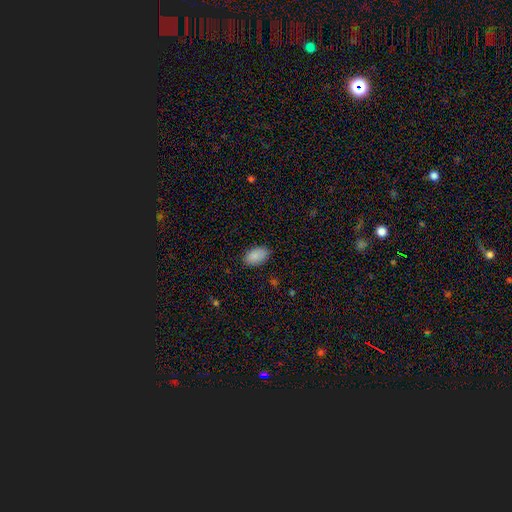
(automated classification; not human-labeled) smooth-or-featured: smooth: 89% | star or artifact: 7% | featured or disk: 4%
  how-rounded: in between: 93% | round: 6% | cigar-shaped: 1%
  merging: none: 83% | minor disturbance: 14% | major disturbance: 3% | merger: 1%